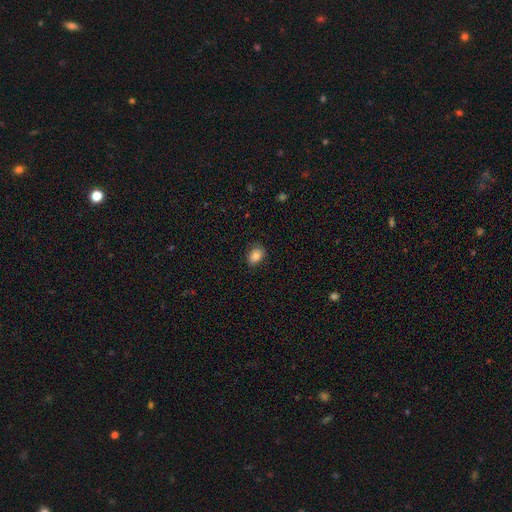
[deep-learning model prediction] Smooth or featured?
  - smooth: 85% *
  - star or artifact: 9%
  - featured or disk: 7%
How rounded?
  - in between: 77% *
  - round: 21%
  - cigar-shaped: 1%
Merging?
  - none: 84% *
  - minor disturbance: 12%
  - major disturbance: 2%
  - merger: 1%